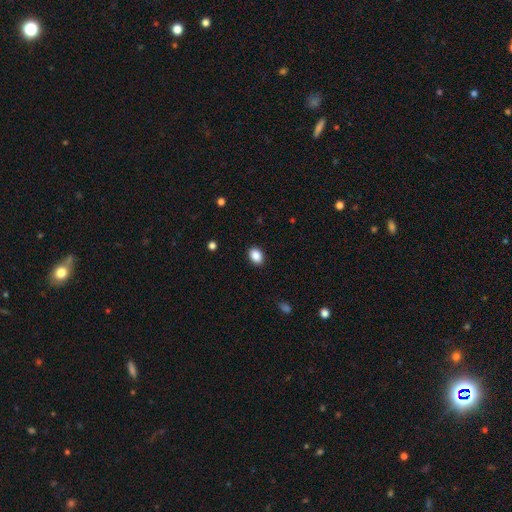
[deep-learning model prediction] A smooth galaxy with no disk features (88%) that is in between round and cigar-shaped (73%).

Vote fractions:
- Smooth or featured? smooth: 88% / star or artifact: 8% / featured or disk: 4%
- How rounded? in between: 73% / round: 26% / cigar-shaped: 1%
- Merging? none: 90% / minor disturbance: 7% / major disturbance: 2% / merger: 1%